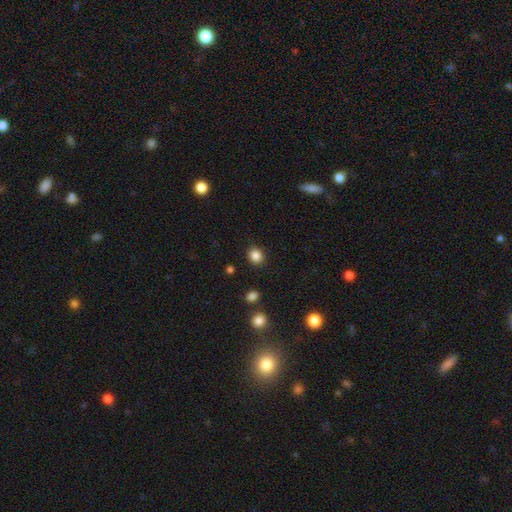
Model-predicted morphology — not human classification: The model was most divided on "how rounded": round: 66%, in between: 33%, cigar-shaped: 1%. More confident: merging — none (89%); smooth or featured — smooth (86%).